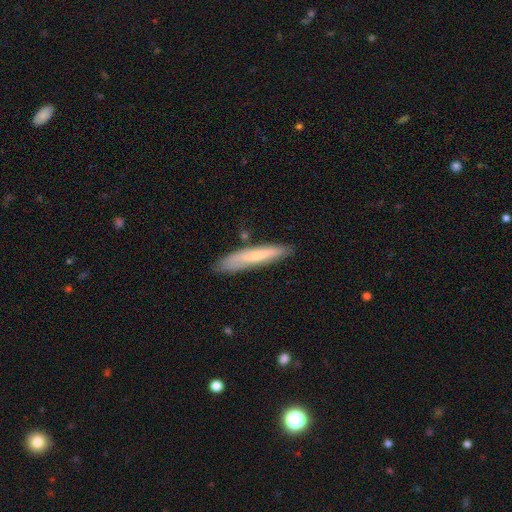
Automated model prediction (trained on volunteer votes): This appears to be a smooth galaxy with no disk features (57%) that is cigar-shaped (90%). Merging: none (77%).